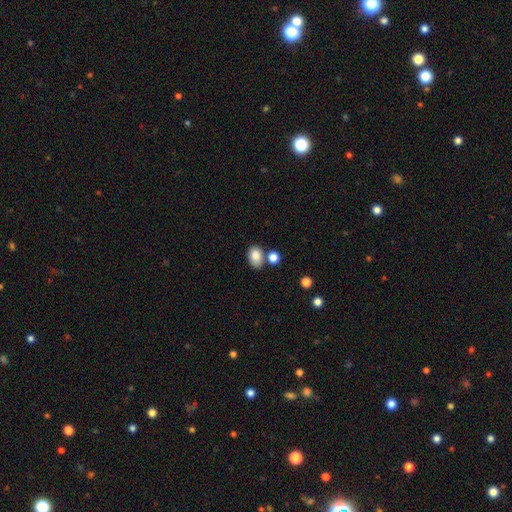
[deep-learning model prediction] Q: Smooth or featured?
A: smooth (84%); runner-up: star or artifact (9%)
Q: How rounded?
A: in between (75%); runner-up: round (24%)
Q: Merging?
A: none (62%); runner-up: merger (20%)